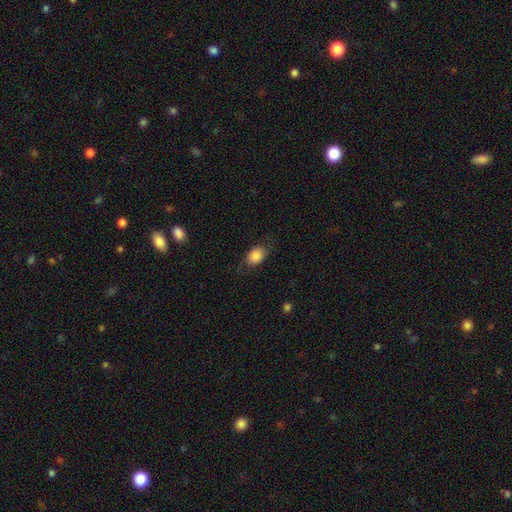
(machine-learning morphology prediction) Overall: smooth (82%). How rounded: in between (71%). Merging: none (73%).